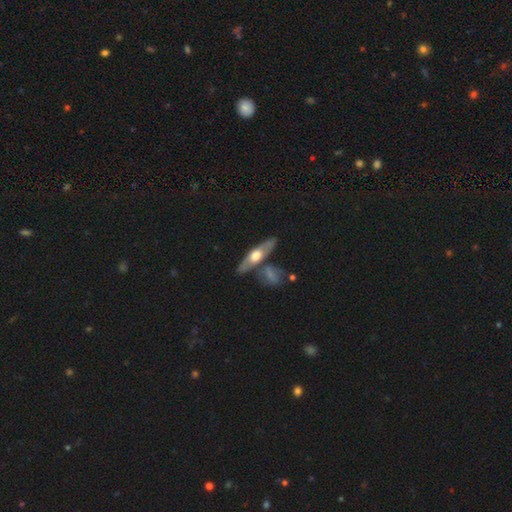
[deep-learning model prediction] This is likely a featured or disk galaxy (61%). It is clearly viewed edge-on (81%). Merging: likely none (71%).